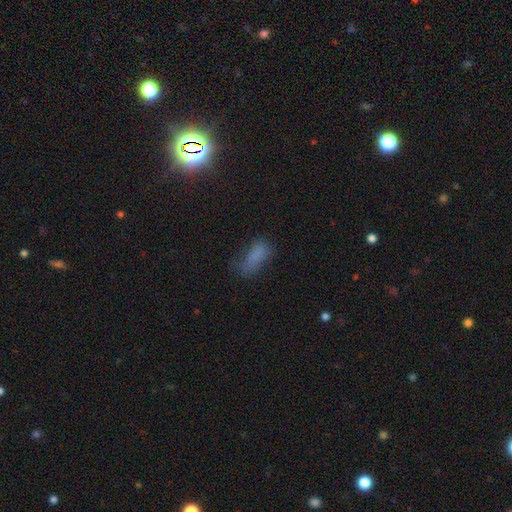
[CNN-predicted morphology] A smooth galaxy with no disk features (69%) that is in between round and cigar-shaped (81%).

Vote fractions:
- Smooth or featured? smooth: 69% / star or artifact: 18% / featured or disk: 13%
- How rounded? in between: 81% / cigar-shaped: 14% / round: 5%
- Merging? none: 44% / minor disturbance: 28% / major disturbance: 25% / merger: 3%